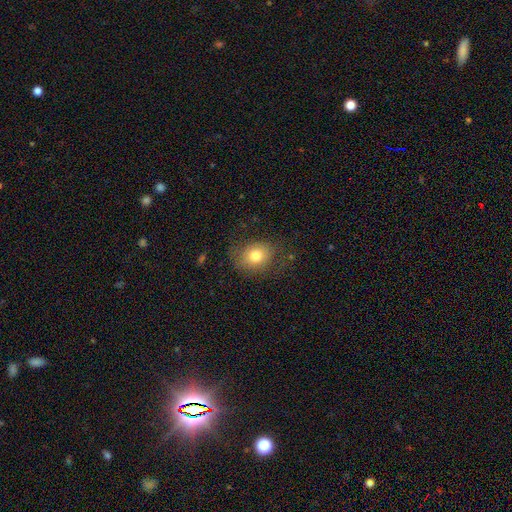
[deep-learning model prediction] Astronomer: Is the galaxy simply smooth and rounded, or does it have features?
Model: smooth — 77%.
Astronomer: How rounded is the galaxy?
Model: round — 53% (runner-up: in between, 46%).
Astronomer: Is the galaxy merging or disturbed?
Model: none — 71%.